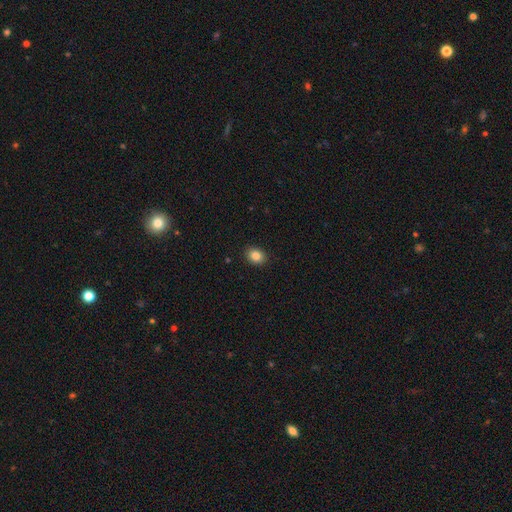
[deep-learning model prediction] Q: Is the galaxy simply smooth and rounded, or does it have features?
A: smooth — 85%.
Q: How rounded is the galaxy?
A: in between — 57%.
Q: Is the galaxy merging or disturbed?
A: none — 90%.